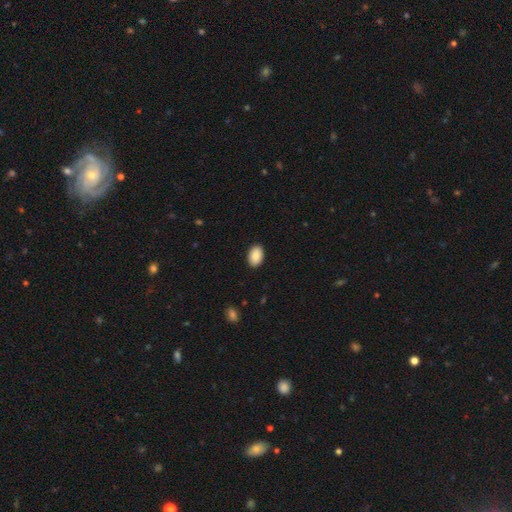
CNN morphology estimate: Q: Smooth or featured?
A: smooth (90%); runner-up: star or artifact (7%)
Q: How rounded?
A: in between (89%); runner-up: round (10%)
Q: Merging?
A: none (90%); runner-up: minor disturbance (7%)